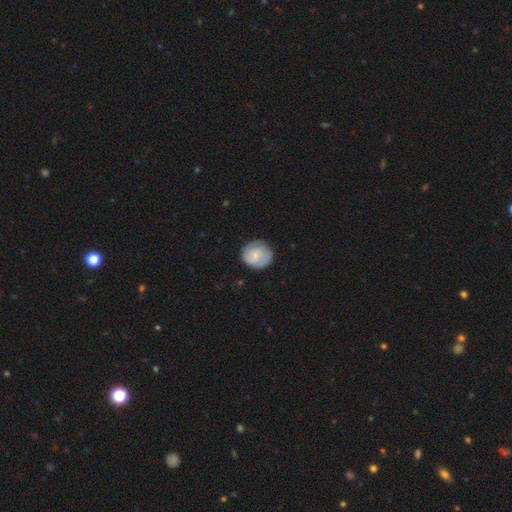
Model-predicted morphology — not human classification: smooth 60%, featured or disk 34%, star or artifact 6%. Down the decision tree: how rounded — round (83%); merging — none (78%).